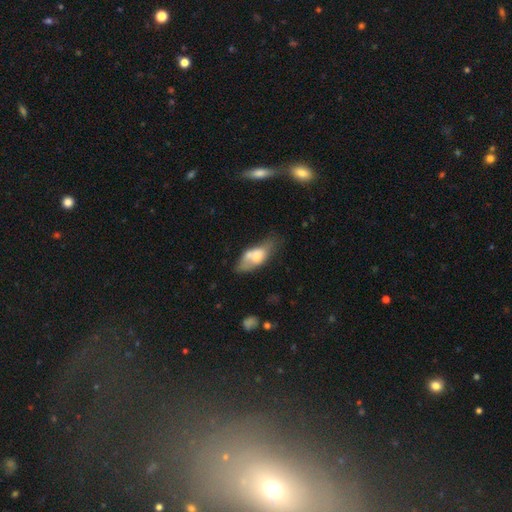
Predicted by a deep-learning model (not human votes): The model was most divided on "merging": none: 32%, minor disturbance: 26%, merger: 24%, major disturbance: 18%. More confident: how rounded — in between (84%); smooth or featured — smooth (60%).